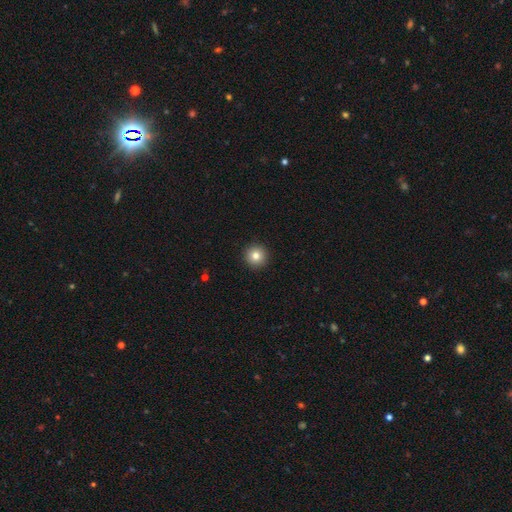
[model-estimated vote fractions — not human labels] Smooth or featured?
  - smooth: 82% *
  - star or artifact: 11%
  - featured or disk: 8%
How rounded?
  - round: 96% *
  - in between: 3%
  - cigar-shaped: 1%
Merging?
  - none: 93% *
  - minor disturbance: 4%
  - major disturbance: 2%
  - merger: 1%